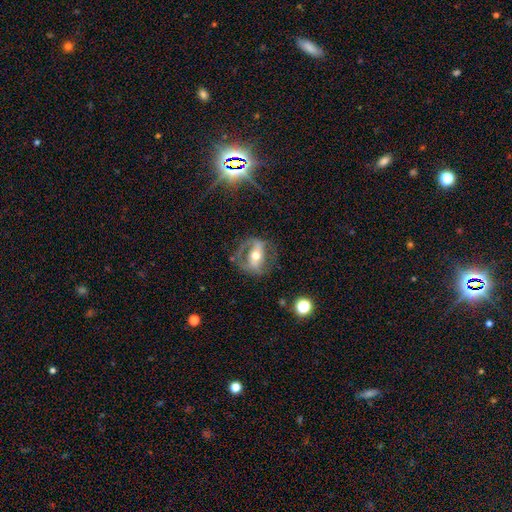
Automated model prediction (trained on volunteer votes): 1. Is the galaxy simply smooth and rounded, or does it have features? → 71% featured or disk, 21% smooth, 9% star or artifact.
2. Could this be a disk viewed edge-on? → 90% no, 10% yes.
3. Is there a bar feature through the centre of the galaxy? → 50% strong, 25% weak, 25% no.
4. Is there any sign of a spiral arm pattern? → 57% yes, 43% no.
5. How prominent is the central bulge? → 73% moderate, 18% small, 7% large, 1% dominant, 1% none.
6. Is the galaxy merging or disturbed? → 59% none, 19% minor disturbance, 19% major disturbance, 2% merger.